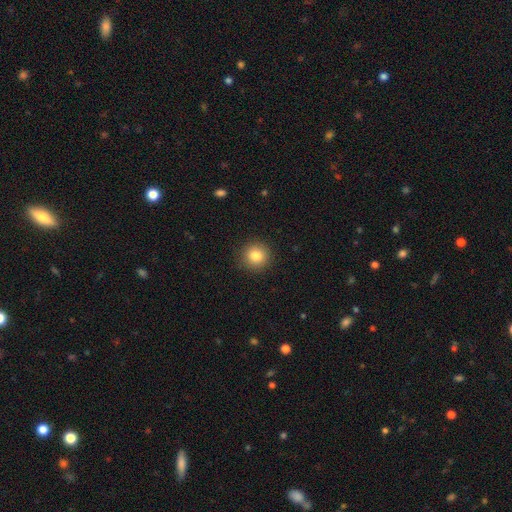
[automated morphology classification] Q: Smooth or featured?
A: smooth (83%); runner-up: star or artifact (10%)
Q: How rounded?
A: round (93%); runner-up: in between (6%)
Q: Merging?
A: none (91%); runner-up: minor disturbance (6%)